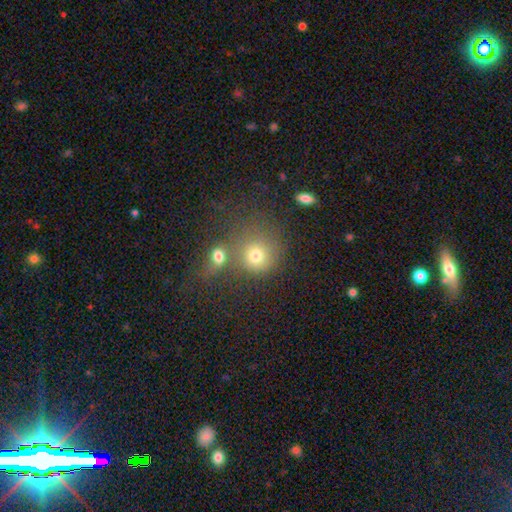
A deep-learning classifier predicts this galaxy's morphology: Q: Smooth or featured?
A: smooth (73%); runner-up: star or artifact (16%)
Q: How rounded?
A: round (84%); runner-up: in between (15%)
Q: Merging?
A: none (50%); runner-up: merger (33%)